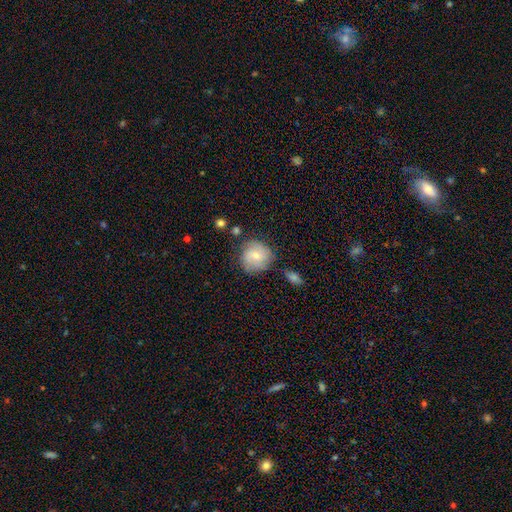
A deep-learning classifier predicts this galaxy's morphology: A smooth galaxy with no disk features (58%) that is round (88%). Merging: none (73%).